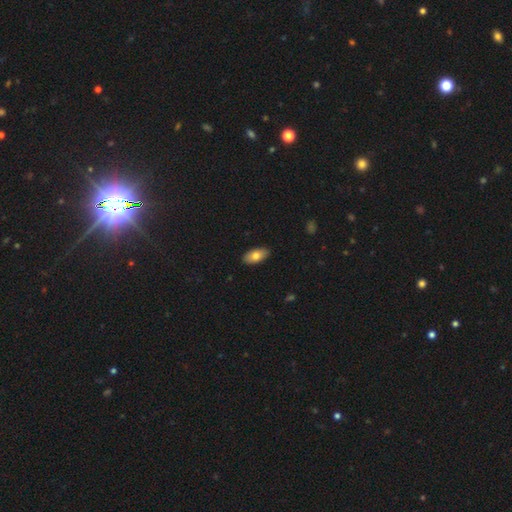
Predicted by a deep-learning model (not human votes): A smooth galaxy with no disk features (79%) that is in between round and cigar-shaped (91%).

Vote fractions:
- Smooth or featured? smooth: 79% / featured or disk: 14% / star or artifact: 6%
- How rounded? in between: 91% / cigar-shaped: 6% / round: 3%
- Merging? none: 89% / minor disturbance: 8% / major disturbance: 2% / merger: 1%